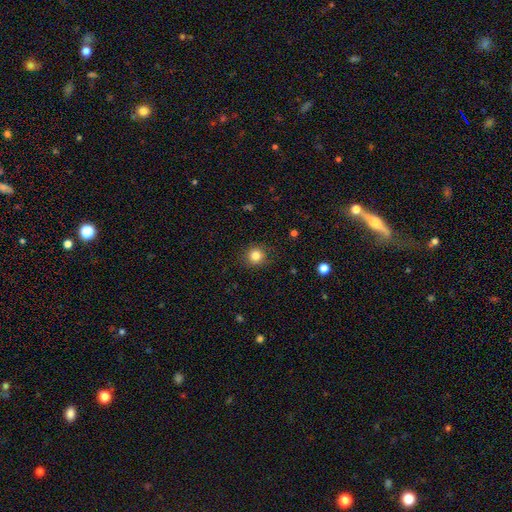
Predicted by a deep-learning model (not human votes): A smooth galaxy with no disk features (82%) that is round (92%). Merging: none (88%).